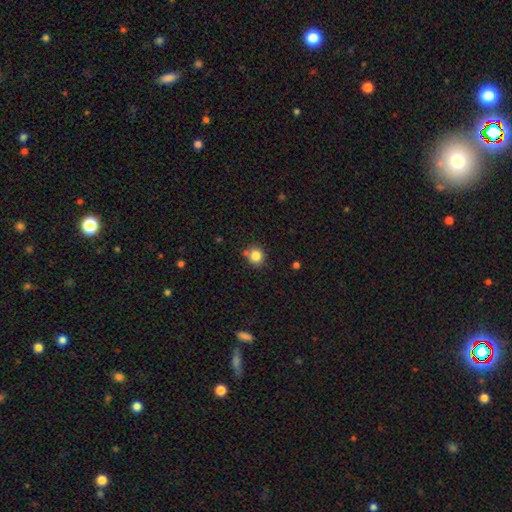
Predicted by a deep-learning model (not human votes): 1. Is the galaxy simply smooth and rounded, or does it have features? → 84% smooth, 11% star or artifact, 5% featured or disk.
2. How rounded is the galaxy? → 89% round, 10% in between, 1% cigar-shaped.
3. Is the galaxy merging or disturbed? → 76% none, 11% minor disturbance, 10% merger, 3% major disturbance.